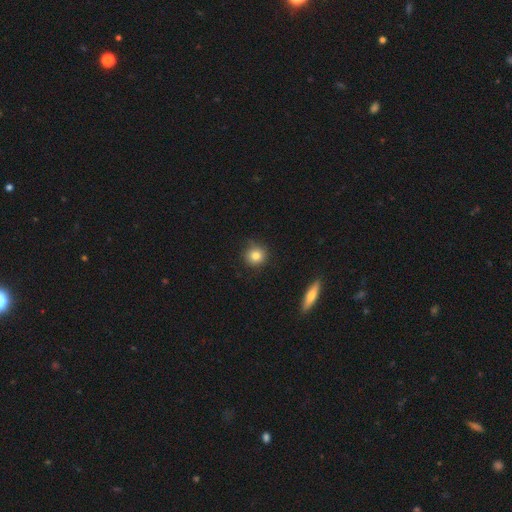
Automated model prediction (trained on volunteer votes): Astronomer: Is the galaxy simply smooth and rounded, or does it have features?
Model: smooth — 82%.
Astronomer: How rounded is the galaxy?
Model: round — 92%.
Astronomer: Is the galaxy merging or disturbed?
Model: none — 81%.